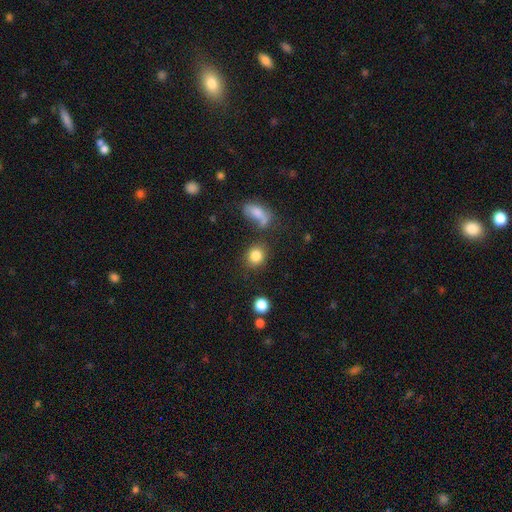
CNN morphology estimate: smooth_or_featured: smooth (p=0.83) [alt: star or artifact p=0.10]
how_rounded: round (p=0.73) [alt: in between p=0.25]
merging: none (p=0.76) [alt: minor disturbance p=0.11]